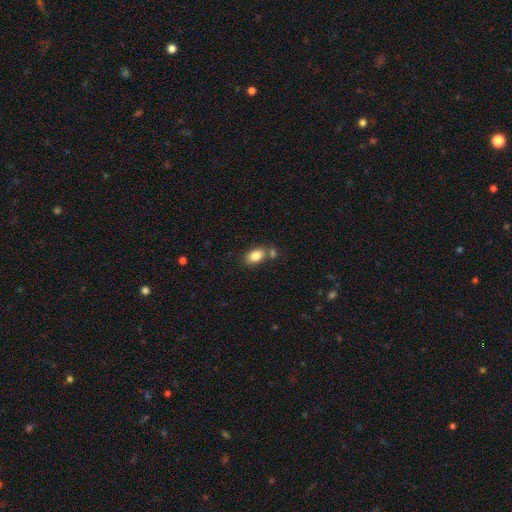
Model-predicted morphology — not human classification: A smooth galaxy with no disk features (84%) that is in between round and cigar-shaped (89%). Merging: none (65%).